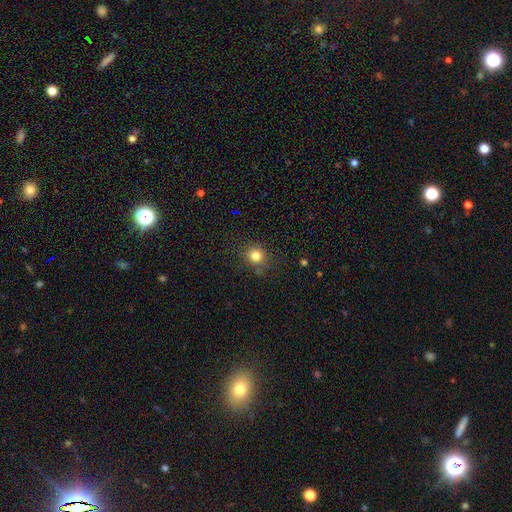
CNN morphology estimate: smooth-or-featured: smooth: 81% | star or artifact: 13% | featured or disk: 6%
  how-rounded: round: 85% | in between: 14% | cigar-shaped: 1%
  merging: none: 84% | minor disturbance: 11% | major disturbance: 3% | merger: 2%